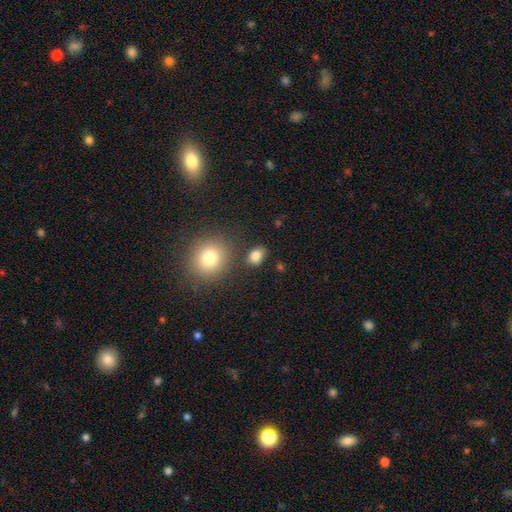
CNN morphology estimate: Smooth or featured: smooth — 82% (star or artifact — 12%)
How rounded: in between — 69% (round — 30%)
Merging: none — 76% (minor disturbance — 13%)